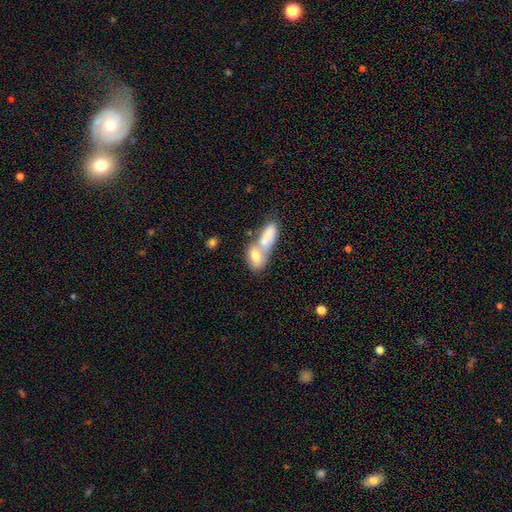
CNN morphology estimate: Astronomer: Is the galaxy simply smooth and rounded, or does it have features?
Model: smooth — 73%.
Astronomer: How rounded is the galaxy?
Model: in between — 79%.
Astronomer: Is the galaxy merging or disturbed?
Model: merger — 70%.